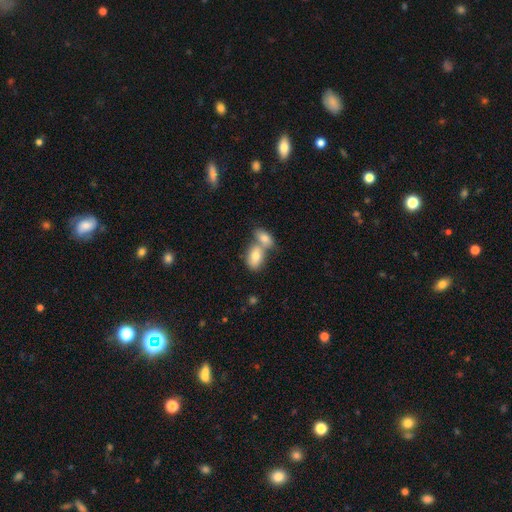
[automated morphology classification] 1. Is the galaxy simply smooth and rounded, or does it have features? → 79% smooth, 14% featured or disk, 7% star or artifact.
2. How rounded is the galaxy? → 89% in between, 9% round, 2% cigar-shaped.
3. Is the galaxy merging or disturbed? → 63% merger, 27% none, 7% minor disturbance, 3% major disturbance.